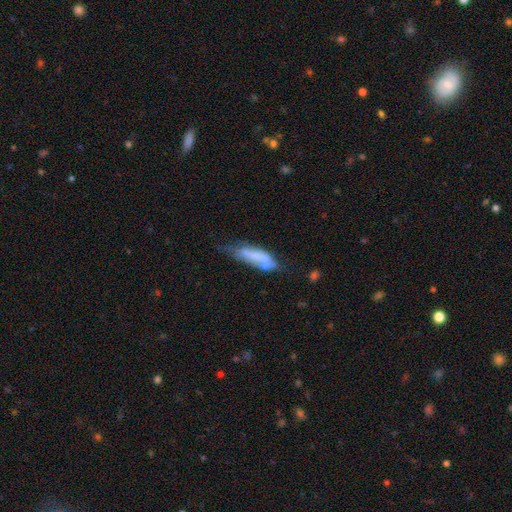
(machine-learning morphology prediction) type=smooth (54%); roundness=in between (50%); merging=minor disturbance (30%).